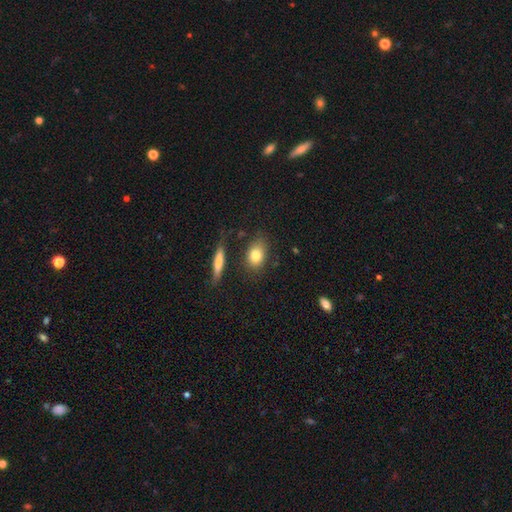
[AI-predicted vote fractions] smooth-or-featured: smooth: 79% | featured or disk: 12% | star or artifact: 9%
  how-rounded: in between: 71% | round: 24% | cigar-shaped: 5%
  merging: none: 75% | minor disturbance: 15% | merger: 5% | major disturbance: 4%